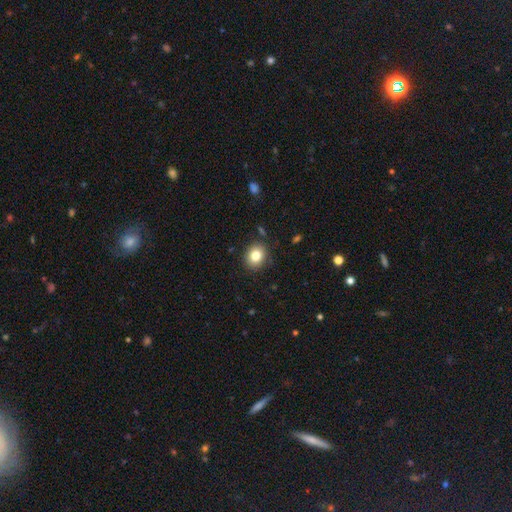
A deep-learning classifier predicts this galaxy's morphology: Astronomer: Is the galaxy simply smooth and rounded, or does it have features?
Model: smooth — 82%.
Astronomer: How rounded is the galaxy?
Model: round — 59% (runner-up: in between, 40%).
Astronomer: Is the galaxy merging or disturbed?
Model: none — 87%.